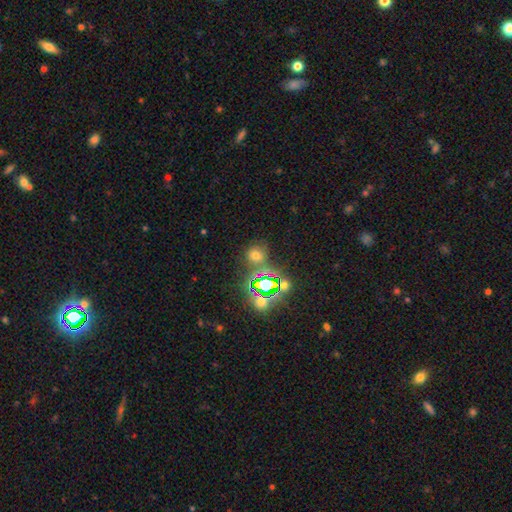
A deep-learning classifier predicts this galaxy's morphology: This is possibly a smooth galaxy (54%). How rounded: clearly round (81%). Merging: likely none (73%).